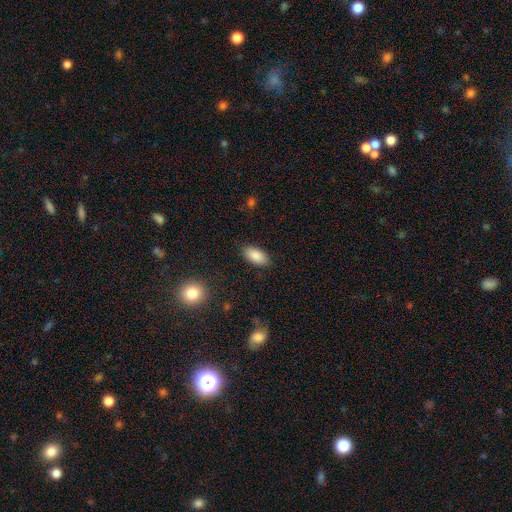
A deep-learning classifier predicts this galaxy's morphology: A smooth galaxy with no disk features (86%) that is in between round and cigar-shaped (93%). Merging: none (86%).